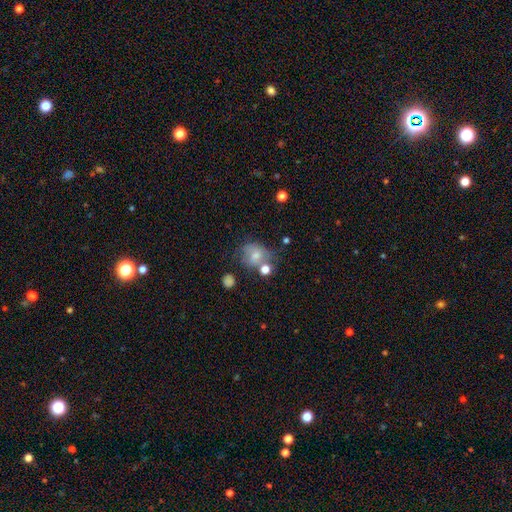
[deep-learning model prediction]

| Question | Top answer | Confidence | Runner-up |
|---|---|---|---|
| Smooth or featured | smooth | 65% | featured or disk (23%) |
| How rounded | round | 59% | in between (40%) |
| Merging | none | 41% | minor disturbance (25%) |